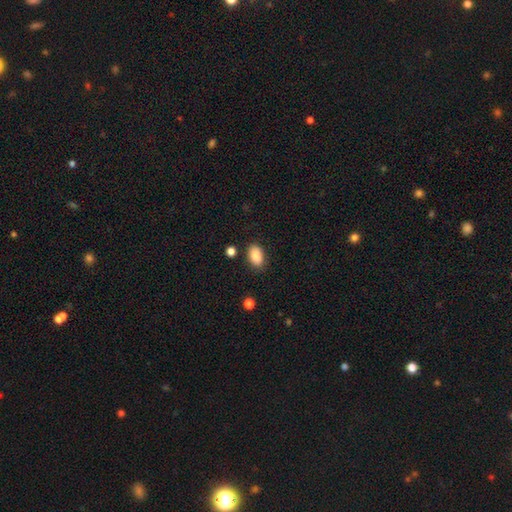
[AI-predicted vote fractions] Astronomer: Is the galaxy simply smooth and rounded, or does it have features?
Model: smooth — 88%.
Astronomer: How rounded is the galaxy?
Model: in between — 90%.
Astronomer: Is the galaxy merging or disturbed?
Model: none — 83%.